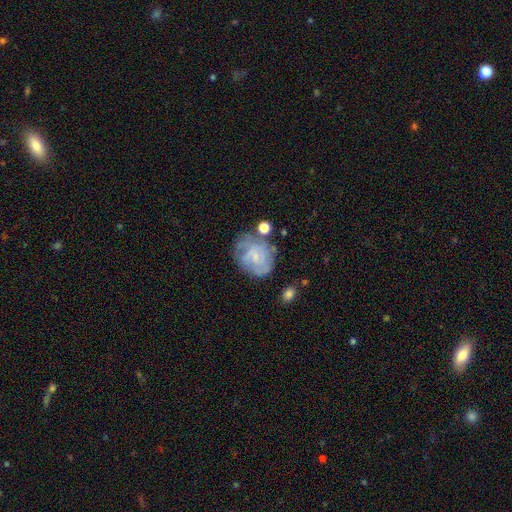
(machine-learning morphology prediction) Q: Smooth or featured?
A: featured or disk (65%); runner-up: smooth (26%)
Q: Edge-on disk?
A: no (98%); runner-up: yes (2%)
Q: Bar?
A: no (59%); runner-up: weak (36%)
Q: Spiral arms?
A: yes (81%); runner-up: no (19%)
Q: Spiral winding?
A: tight (56%); runner-up: medium (33%)
Q: Spiral arm count?
A: can't tell (47%); runner-up: 2 (20%)
Q: Bulge size?
A: small (59%); runner-up: none (24%)
Q: Merging?
A: none (53%); runner-up: minor disturbance (24%)